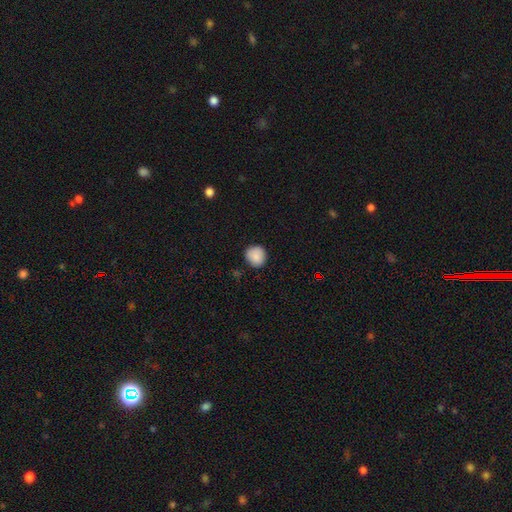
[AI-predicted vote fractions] Smooth or featured?
  - smooth: 88% *
  - star or artifact: 8%
  - featured or disk: 4%
How rounded?
  - round: 89% *
  - in between: 10%
  - cigar-shaped: 1%
Merging?
  - none: 87% *
  - minor disturbance: 10%
  - major disturbance: 2%
  - merger: 1%